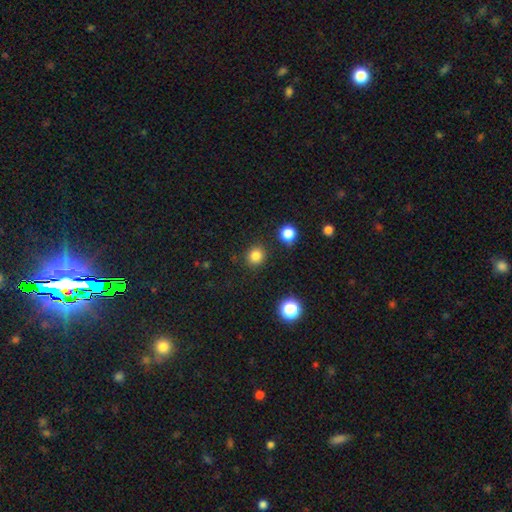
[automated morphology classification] The model was most divided on "smooth or featured": smooth: 83%, star or artifact: 13%, featured or disk: 4%. More confident: how rounded — round (90%); merging — none (89%).